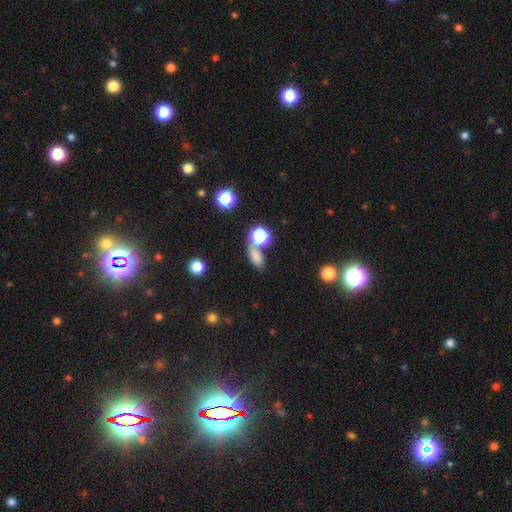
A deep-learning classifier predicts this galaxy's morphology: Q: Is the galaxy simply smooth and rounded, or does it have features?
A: smooth — 74%.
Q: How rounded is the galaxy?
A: in between — 71%.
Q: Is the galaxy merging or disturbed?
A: none — 58%.